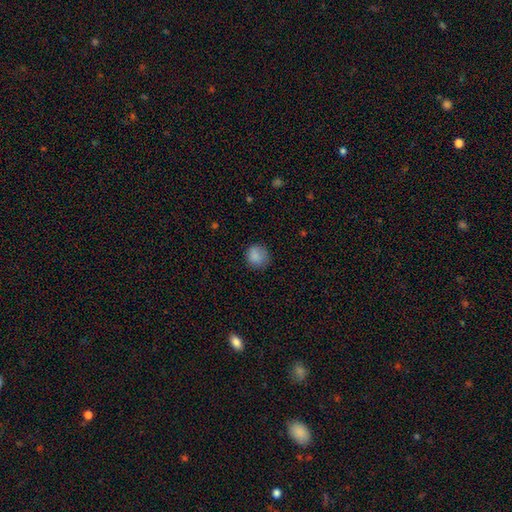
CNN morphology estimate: Smooth or featured? smooth (85%)
How rounded? round (84%)
Merging? none (78%)